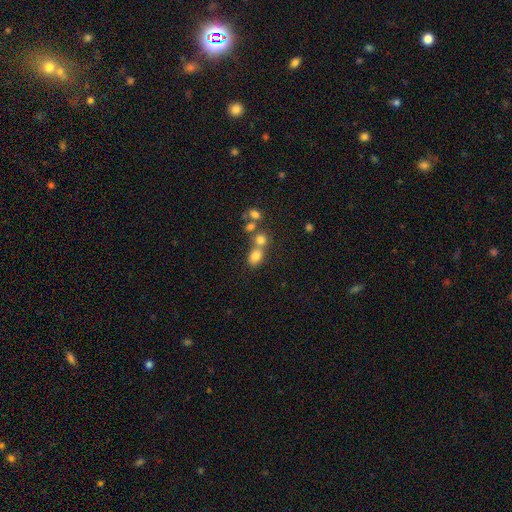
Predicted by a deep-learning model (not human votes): Q: Smooth or featured?
A: smooth (76%); runner-up: star or artifact (13%)
Q: How rounded?
A: in between (59%); runner-up: round (39%)
Q: Merging?
A: merger (44%); runner-up: none (41%)